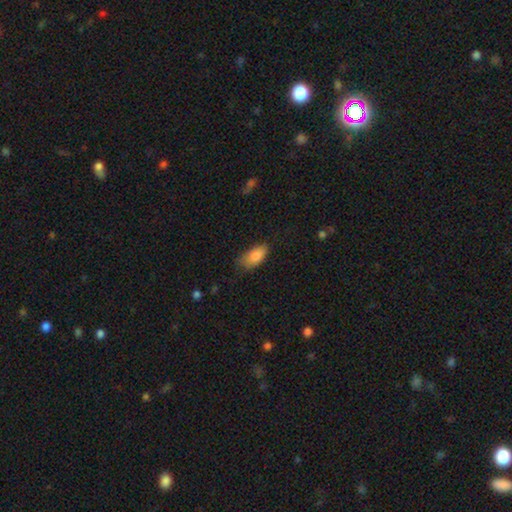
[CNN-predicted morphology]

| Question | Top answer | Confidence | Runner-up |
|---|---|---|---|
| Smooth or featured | smooth | 85% | featured or disk (8%) |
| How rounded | in between | 91% | cigar-shaped (6%) |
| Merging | none | 64% | minor disturbance (28%) |